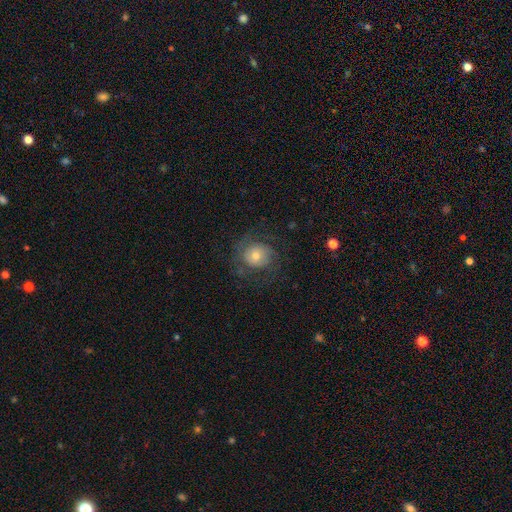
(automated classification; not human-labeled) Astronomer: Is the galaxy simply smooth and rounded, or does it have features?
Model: featured or disk — 48% (runner-up: smooth, 42%).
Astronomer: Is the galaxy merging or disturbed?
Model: none — 67%.